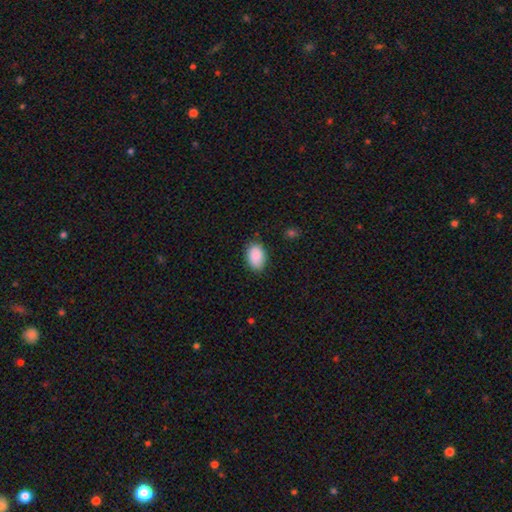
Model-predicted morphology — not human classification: This appears to be a smooth galaxy with no disk features (90%) that is in between round and cigar-shaped (88%). Merging: none (82%).